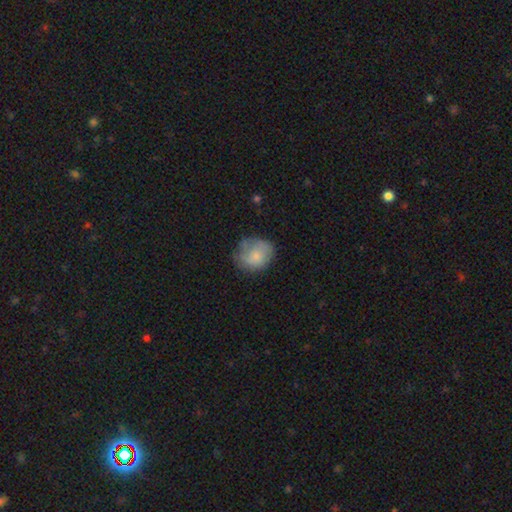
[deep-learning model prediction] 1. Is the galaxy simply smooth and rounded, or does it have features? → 66% smooth, 26% featured or disk, 8% star or artifact.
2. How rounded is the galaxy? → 66% round, 33% in between, 1% cigar-shaped.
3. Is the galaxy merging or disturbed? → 57% none, 28% minor disturbance, 12% major disturbance, 2% merger.